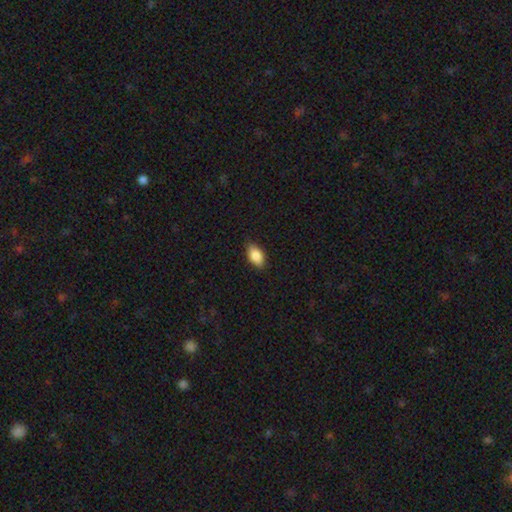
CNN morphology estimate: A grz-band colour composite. It shows a smooth galaxy with no disk features (85%) that is in between round and cigar-shaped (90%). Merging: none (86%).